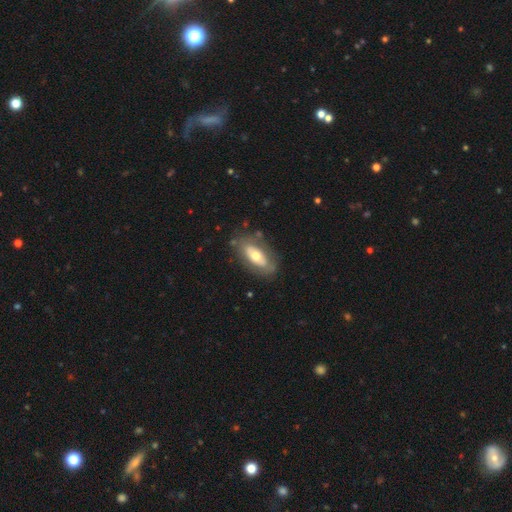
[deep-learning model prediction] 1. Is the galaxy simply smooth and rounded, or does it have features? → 48% smooth, 47% featured or disk, 5% star or artifact.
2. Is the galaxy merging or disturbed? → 76% none, 16% minor disturbance, 6% major disturbance, 2% merger.